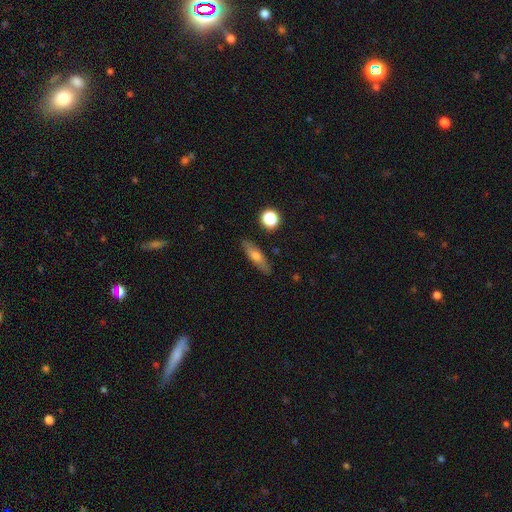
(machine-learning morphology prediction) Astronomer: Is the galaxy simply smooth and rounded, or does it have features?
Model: smooth — 59%.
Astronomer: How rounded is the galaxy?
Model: cigar-shaped — 63%.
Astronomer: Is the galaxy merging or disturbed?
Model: none — 85%.